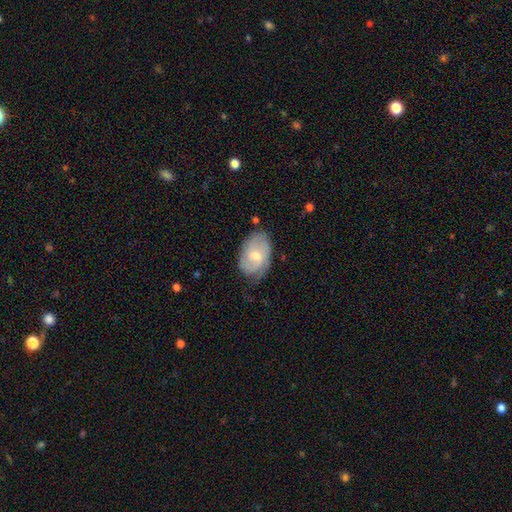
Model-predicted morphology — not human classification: smooth_or_featured: featured or disk (p=0.57) [alt: smooth p=0.37]
disk_edge_on: no (p=0.96) [alt: yes p=0.04]
bar: no (p=0.50) [alt: weak p=0.43]
has_spiral_arms: yes (p=0.83) [alt: no p=0.17]
bulge_size: moderate (p=0.49) [alt: small p=0.46]
merging: none (p=0.64) [alt: minor disturbance p=0.27]